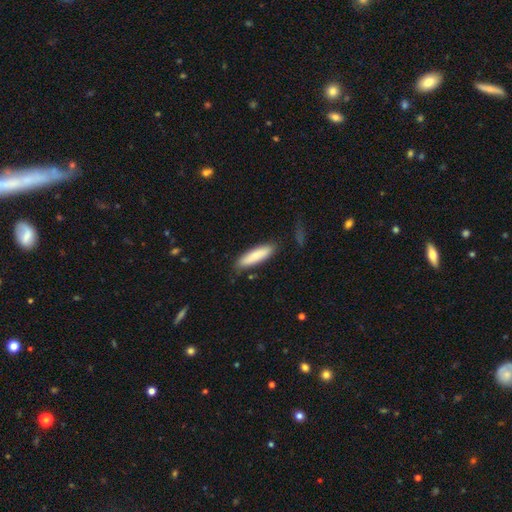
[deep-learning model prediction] smooth 81%, featured or disk 13%, star or artifact 6%. Down the decision tree: how rounded — cigar-shaped (65%); merging — none (82%).